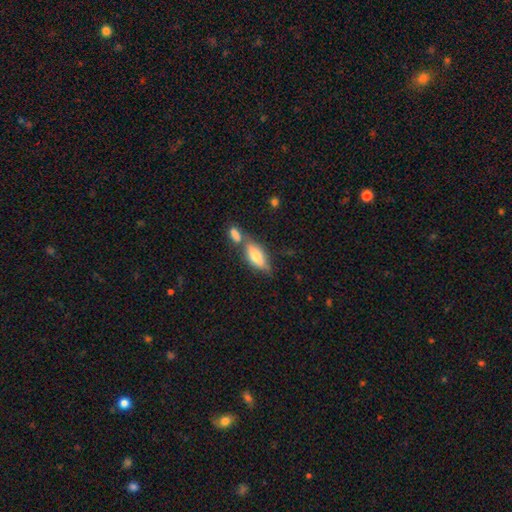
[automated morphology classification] type=smooth (63%); roundness=in between (73%); merging=none (46%).